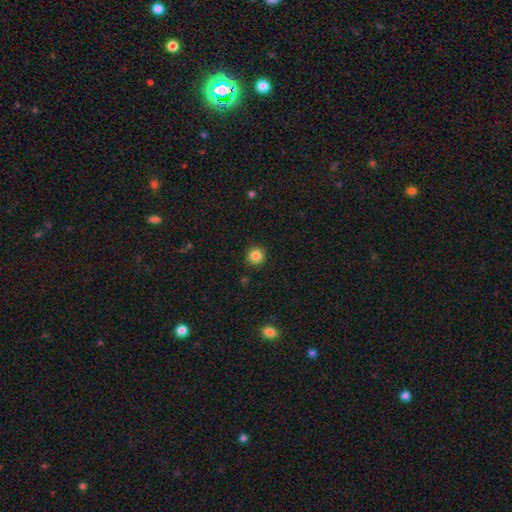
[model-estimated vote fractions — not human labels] This is clearly a smooth galaxy (86%). How rounded: clearly round (95%). Merging: clearly none (92%).